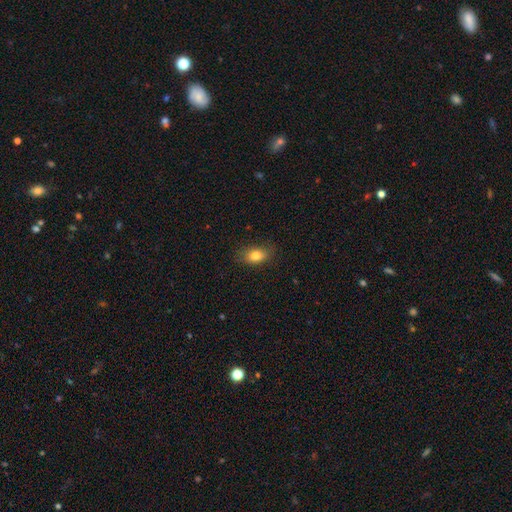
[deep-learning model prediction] smooth-or-featured: smooth: 81% | star or artifact: 10% | featured or disk: 9%
  how-rounded: in between: 82% | round: 15% | cigar-shaped: 3%
  merging: none: 83% | minor disturbance: 13% | major disturbance: 3% | merger: 1%